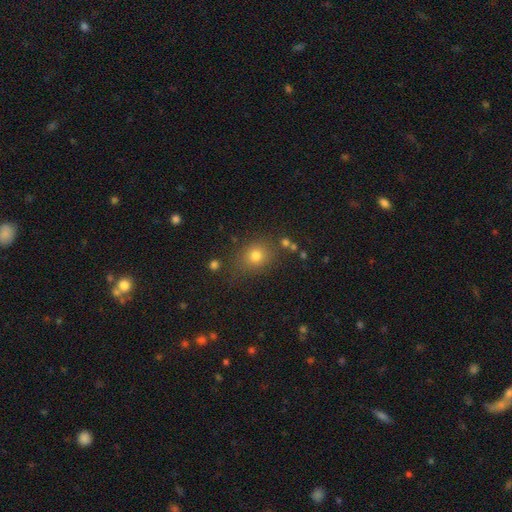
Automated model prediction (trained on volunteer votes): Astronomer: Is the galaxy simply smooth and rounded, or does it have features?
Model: smooth — 76%.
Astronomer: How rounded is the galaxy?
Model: round — 70%.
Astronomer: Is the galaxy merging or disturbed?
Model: none — 76%.